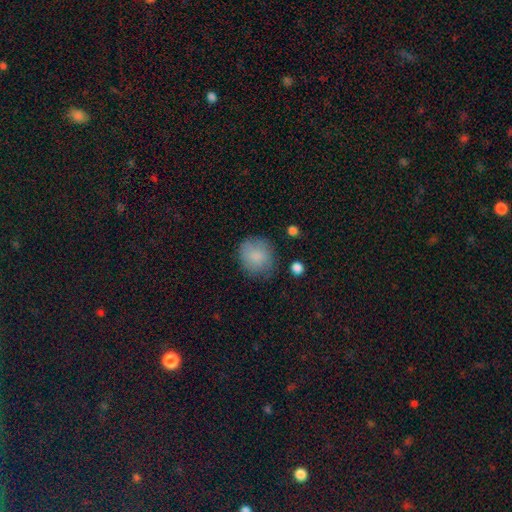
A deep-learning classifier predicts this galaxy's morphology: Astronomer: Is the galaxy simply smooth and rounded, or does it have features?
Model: smooth — 82%.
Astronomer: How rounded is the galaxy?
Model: round — 84%.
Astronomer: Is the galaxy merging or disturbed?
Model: none — 73%.